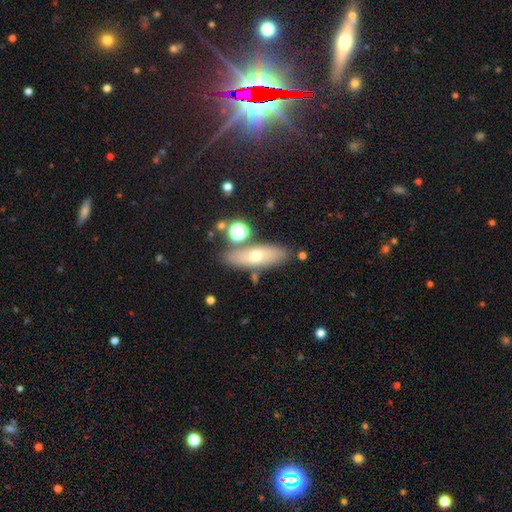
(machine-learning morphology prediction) This appears to be a smooth galaxy with no disk features (57%) that is in between round and cigar-shaped (53%). Merging: none (79%).